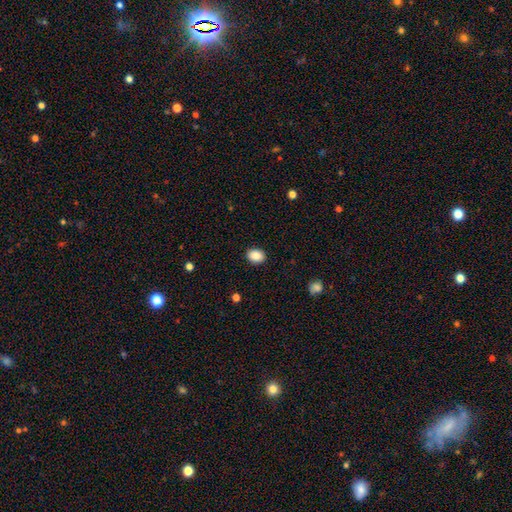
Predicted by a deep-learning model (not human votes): Smooth or featured?
  - smooth: 89% *
  - star or artifact: 8%
  - featured or disk: 3%
How rounded?
  - in between: 60% *
  - round: 39%
  - cigar-shaped: 1%
Merging?
  - none: 90% *
  - minor disturbance: 7%
  - major disturbance: 2%
  - merger: 1%